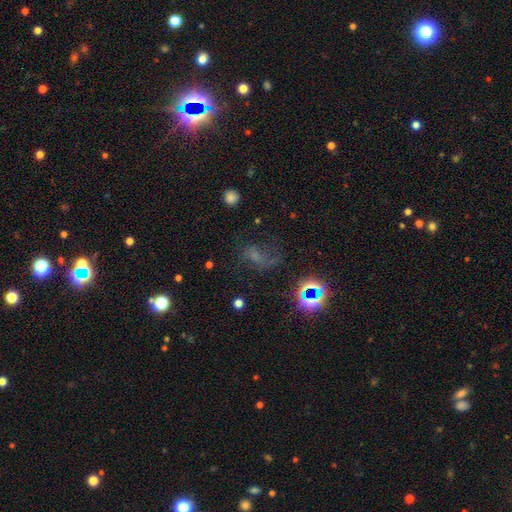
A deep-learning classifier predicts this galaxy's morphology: This appears to be a star or artifact, not a galaxy (39%).